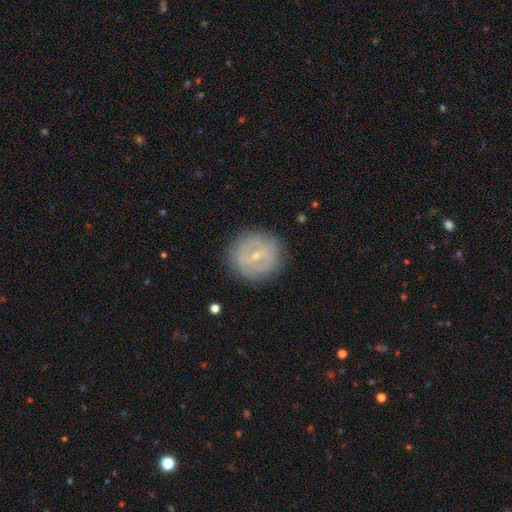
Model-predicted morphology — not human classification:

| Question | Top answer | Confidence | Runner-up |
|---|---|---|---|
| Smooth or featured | featured or disk | 58% | smooth (34%) |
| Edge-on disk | no | 94% | yes (6%) |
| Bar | weak | 47% | no (28%) |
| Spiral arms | no | 63% | yes (37%) |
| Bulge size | small | 71% | moderate (25%) |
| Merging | none | 85% | minor disturbance (10%) |